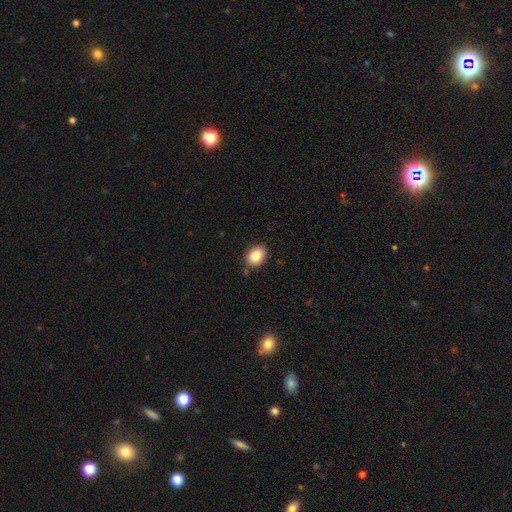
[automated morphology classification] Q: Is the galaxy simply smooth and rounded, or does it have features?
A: smooth — 86%.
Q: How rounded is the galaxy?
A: in between — 72%.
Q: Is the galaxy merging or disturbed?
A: none — 82%.